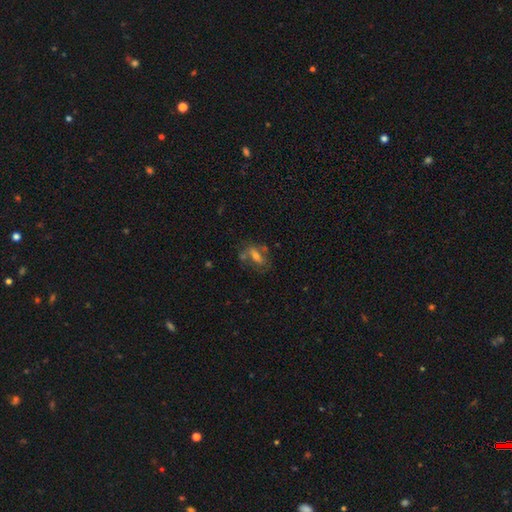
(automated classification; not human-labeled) Overall: smooth (44%; featured or disk 43%). Merging: none (55%; minor disturbance 20%).